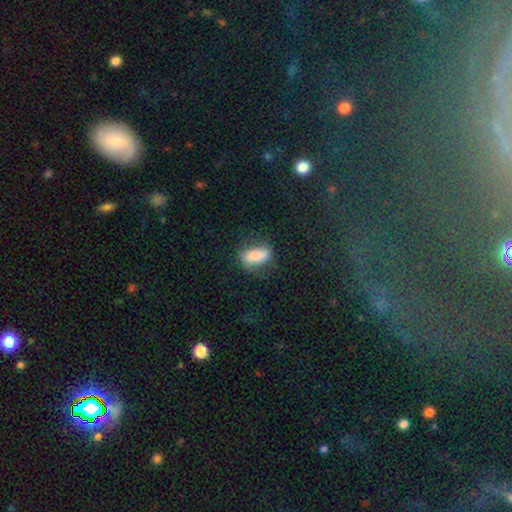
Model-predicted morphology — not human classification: type=smooth (69%); roundness=in between (80%); merging=none (60%).